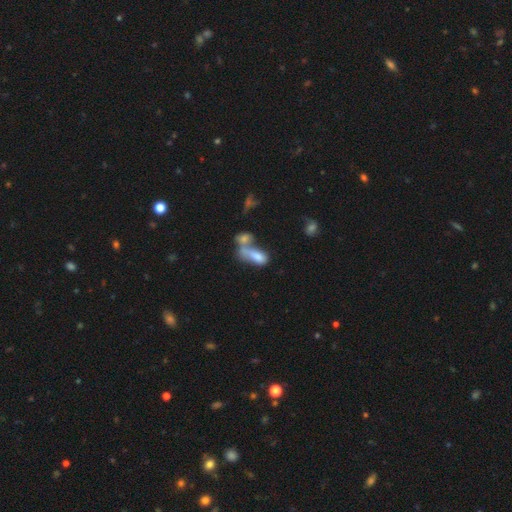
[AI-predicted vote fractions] smooth-or-featured: smooth: 69% | featured or disk: 21% | star or artifact: 10%
  how-rounded: in between: 80% | cigar-shaped: 15% | round: 6%
  merging: merger: 64% | none: 16% | major disturbance: 11% | minor disturbance: 9%